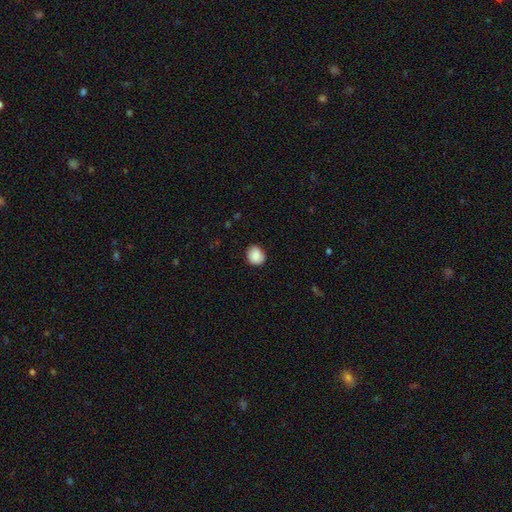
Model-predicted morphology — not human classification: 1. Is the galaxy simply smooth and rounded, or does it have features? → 86% smooth, 8% star or artifact, 6% featured or disk.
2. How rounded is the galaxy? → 75% round, 24% in between, 1% cigar-shaped.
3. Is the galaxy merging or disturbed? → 83% none, 14% minor disturbance, 3% major disturbance, 1% merger.